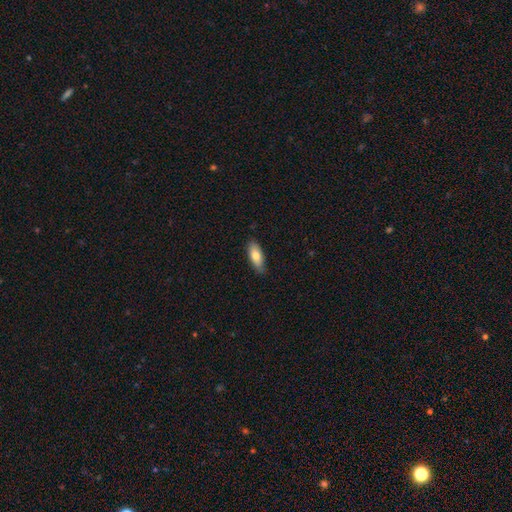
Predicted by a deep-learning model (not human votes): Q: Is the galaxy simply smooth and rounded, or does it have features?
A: smooth — 76%.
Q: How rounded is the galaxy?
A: in between — 72%.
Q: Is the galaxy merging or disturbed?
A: none — 86%.